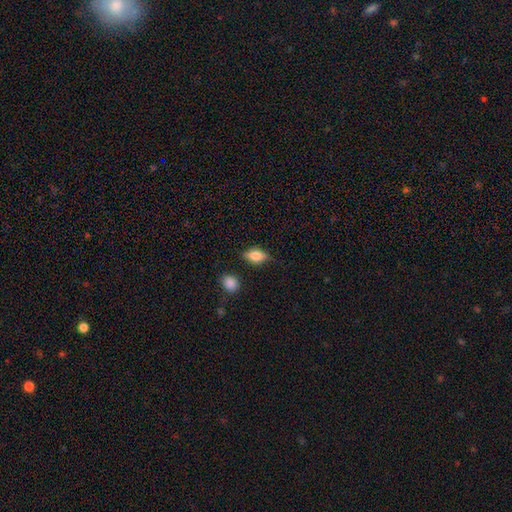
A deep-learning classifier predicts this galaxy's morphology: type=smooth (72%); roundness=in between (81%); merging=none (76%).